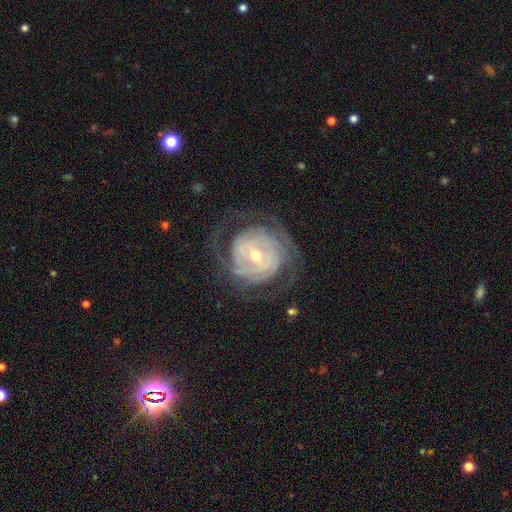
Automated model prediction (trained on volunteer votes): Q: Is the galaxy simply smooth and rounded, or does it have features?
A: featured or disk — 85%.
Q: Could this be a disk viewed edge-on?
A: no — 97%.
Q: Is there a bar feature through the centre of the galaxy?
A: weak — 43%.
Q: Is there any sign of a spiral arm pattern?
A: yes — 92%.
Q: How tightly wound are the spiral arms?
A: tight — 69%.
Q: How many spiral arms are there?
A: can't tell — 33%.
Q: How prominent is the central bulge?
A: small — 58%.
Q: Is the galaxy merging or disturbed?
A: none — 71%.